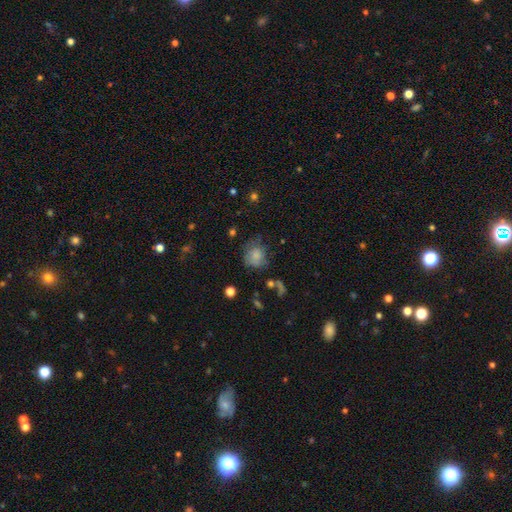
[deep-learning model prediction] smooth-or-featured: smooth: 74% | featured or disk: 15% | star or artifact: 11%
  how-rounded: round: 72% | in between: 27% | cigar-shaped: 1%
  merging: none: 51% | minor disturbance: 26% | major disturbance: 19% | merger: 4%